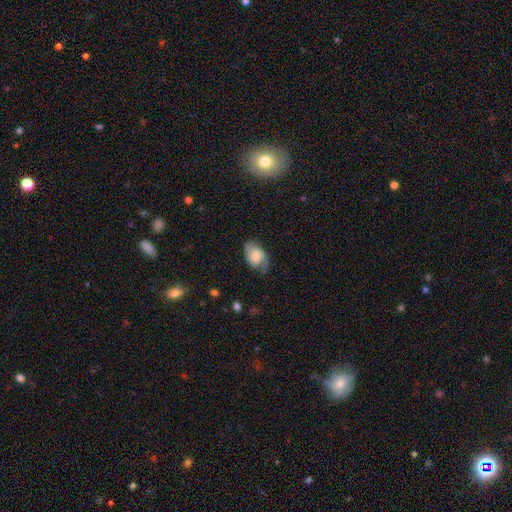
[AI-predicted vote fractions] A featured or disk galaxy (51%).

Vote fractions:
- Smooth or featured? featured or disk: 51% / smooth: 41% / star or artifact: 8%
- Edge-on disk? no: 96% / yes: 4%
- Merging? none: 63% / minor disturbance: 25% / major disturbance: 11% / merger: 1%